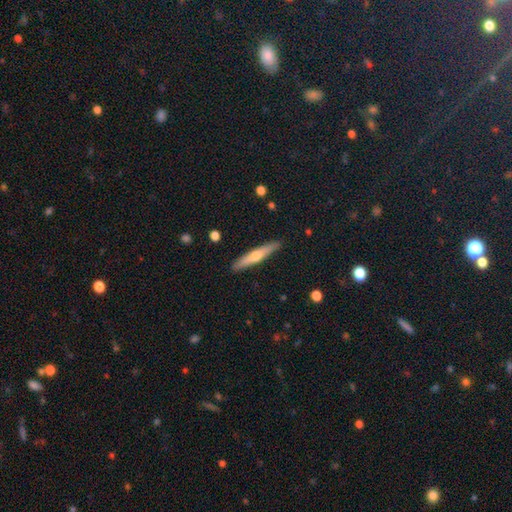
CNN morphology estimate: This appears to be a featured or disk galaxy (49%). Merging: none (90%).